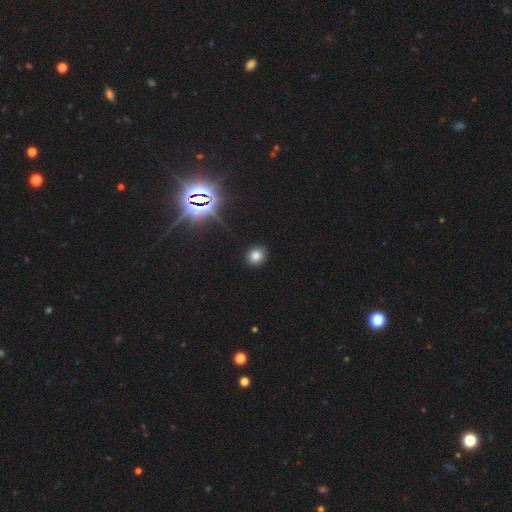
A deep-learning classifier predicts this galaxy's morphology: The model was most divided on "how rounded": round: 79%, in between: 20%, cigar-shaped: 1%. More confident: merging — none (90%); smooth or featured — smooth (77%).